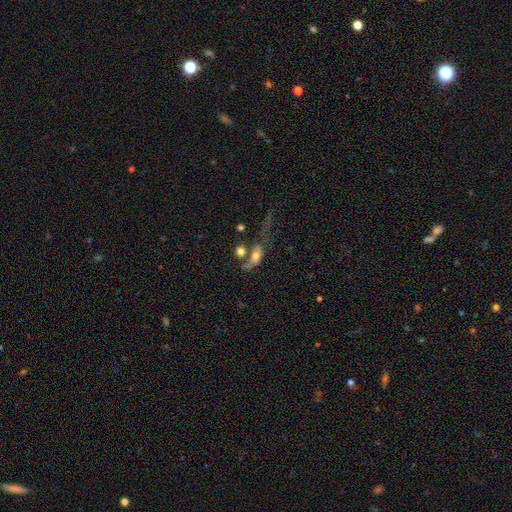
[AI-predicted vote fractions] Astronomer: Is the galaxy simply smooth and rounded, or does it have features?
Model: smooth — 59%.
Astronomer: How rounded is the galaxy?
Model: in between — 77%.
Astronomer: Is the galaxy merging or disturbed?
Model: merger — 38% (runner-up: major disturbance, 28%).